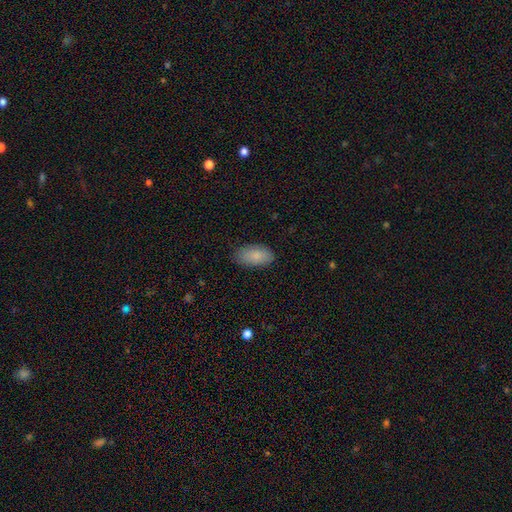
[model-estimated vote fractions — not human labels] Smooth or featured? Predicted: smooth (p=0.86). How rounded? Predicted: in between (p=0.93). Merging? Predicted: none (p=0.83).